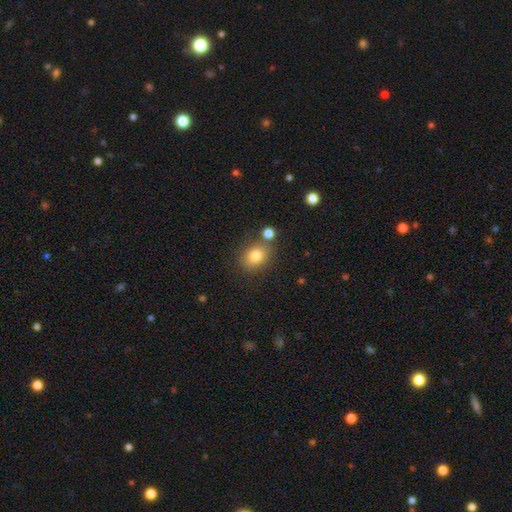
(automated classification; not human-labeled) smooth-or-featured: smooth: 80% | star or artifact: 11% | featured or disk: 9%
  how-rounded: round: 50% | in between: 49% | cigar-shaped: 1%
  merging: none: 72% | minor disturbance: 13% | merger: 12% | major disturbance: 4%